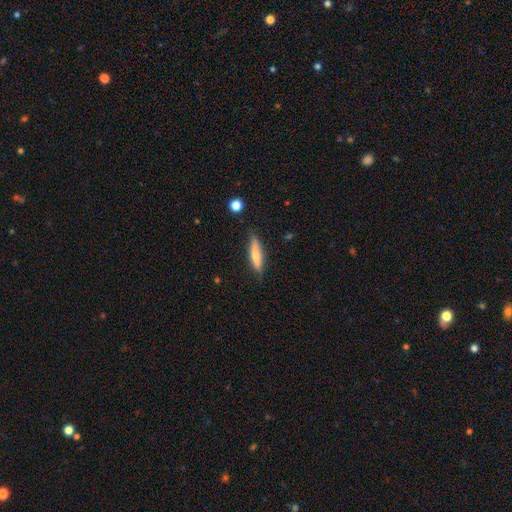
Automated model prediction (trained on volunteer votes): smooth_or_featured: smooth (p=0.64) [alt: featured or disk p=0.30]
how_rounded: cigar-shaped (p=0.77) [alt: in between p=0.21]
merging: none (p=0.79) [alt: minor disturbance p=0.16]